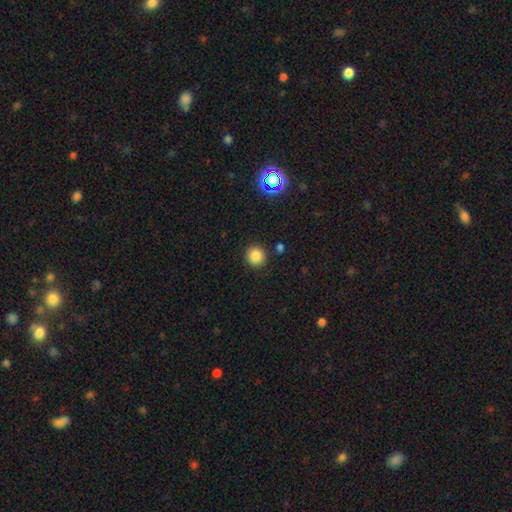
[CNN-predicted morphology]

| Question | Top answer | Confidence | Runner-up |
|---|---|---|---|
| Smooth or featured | smooth | 84% | star or artifact (12%) |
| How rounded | round | 94% | in between (5%) |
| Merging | none | 90% | minor disturbance (6%) |